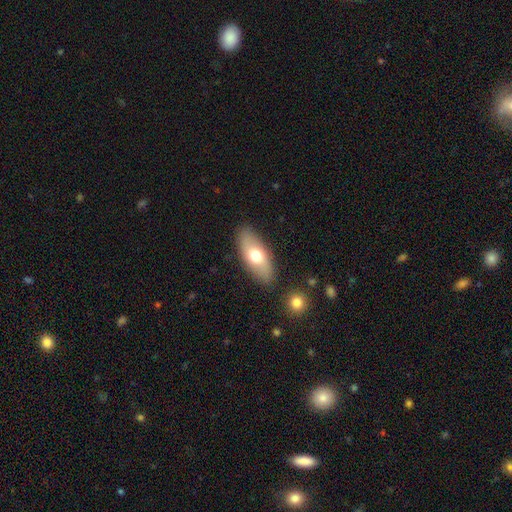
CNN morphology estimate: This is likely a smooth galaxy (65%). How rounded: clearly in between (87%). Merging: clearly none (85%).